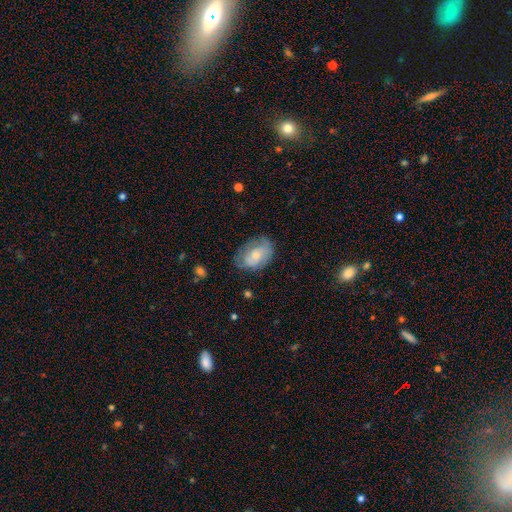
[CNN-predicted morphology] Smooth or featured? Predicted: smooth (p=0.53). How rounded? Predicted: in between (p=0.81). Merging? Predicted: none (p=0.62).